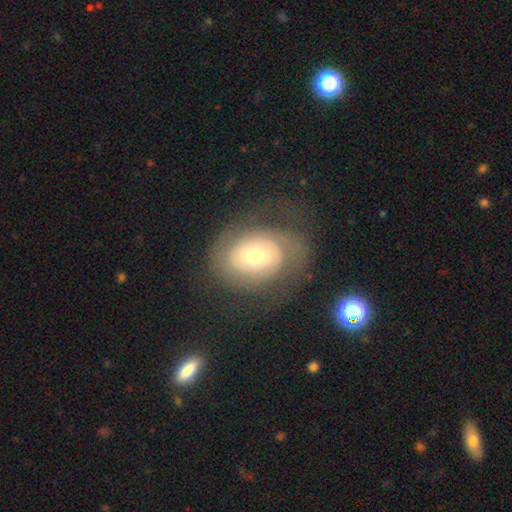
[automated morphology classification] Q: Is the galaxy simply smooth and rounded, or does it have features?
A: featured or disk — 67%.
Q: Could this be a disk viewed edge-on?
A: no — 96%.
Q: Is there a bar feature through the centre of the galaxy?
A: no — 62%.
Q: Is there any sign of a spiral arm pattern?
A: yes — 77%.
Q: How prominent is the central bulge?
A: moderate — 52%.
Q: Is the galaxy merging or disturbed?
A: none — 62%.